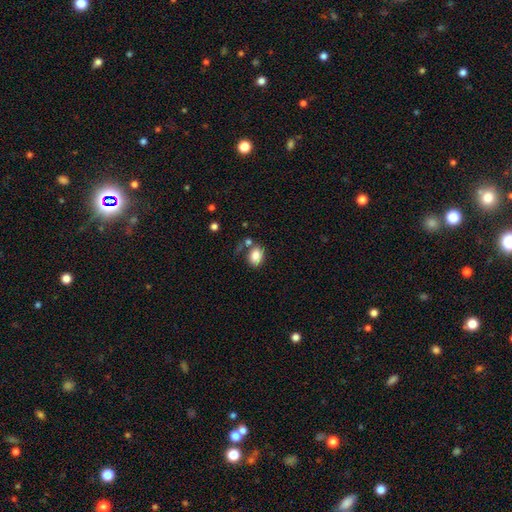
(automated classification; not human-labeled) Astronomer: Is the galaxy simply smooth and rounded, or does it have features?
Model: smooth — 83%.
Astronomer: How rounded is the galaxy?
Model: in between — 72%.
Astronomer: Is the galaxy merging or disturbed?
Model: none — 60%.